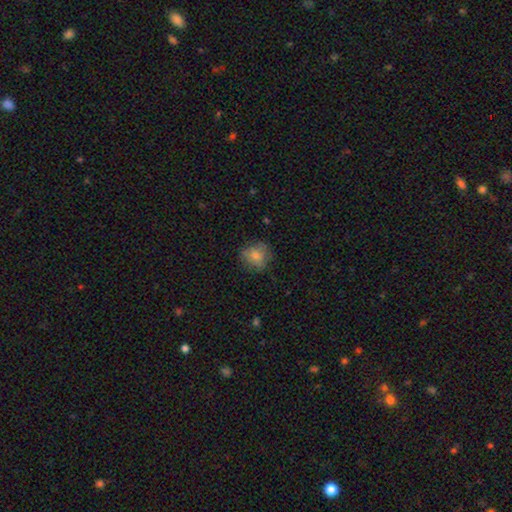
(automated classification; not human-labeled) This appears to be a smooth galaxy with no disk features (79%) that is round (76%). Merging: none (72%).